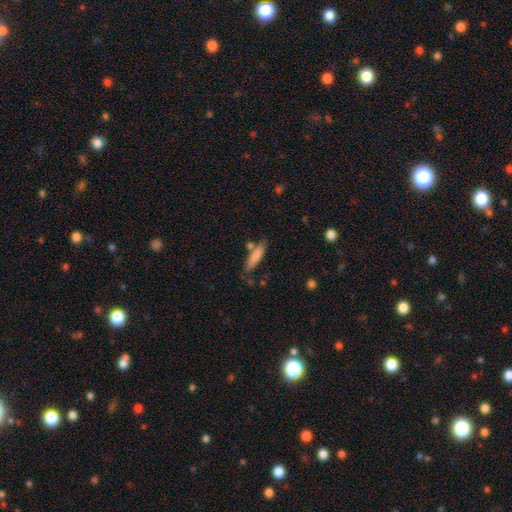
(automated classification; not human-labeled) Morphology: type=smooth (78%); roundness=cigar-shaped (78%); merging=none (72%).